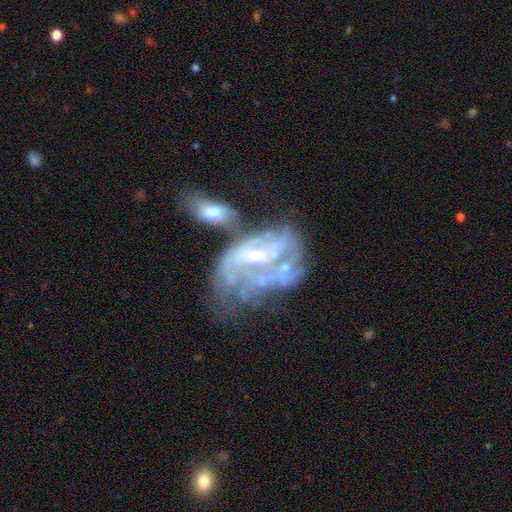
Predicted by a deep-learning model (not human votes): Overall: featured or disk (78%). Edge-on disk: no (96%). Bar: no (49%; weak 36%). Spiral arms: yes (62%; no 38%). Bulge size: small (56%; moderate 30%). Merging: merger (39%; major disturbance 28%).